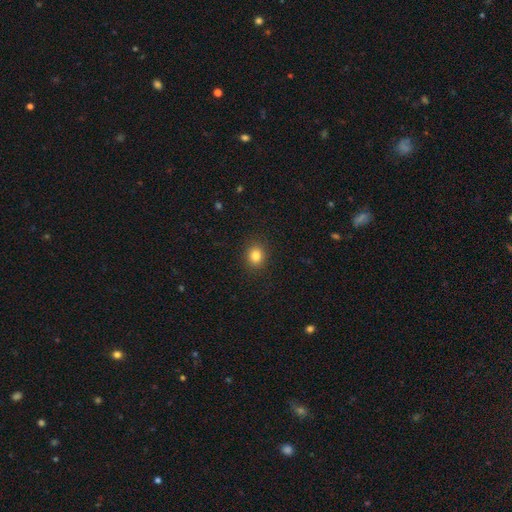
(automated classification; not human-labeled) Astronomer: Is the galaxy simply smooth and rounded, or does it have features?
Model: smooth — 83%.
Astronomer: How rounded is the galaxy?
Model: round — 73%.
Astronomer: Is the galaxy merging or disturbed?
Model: none — 90%.